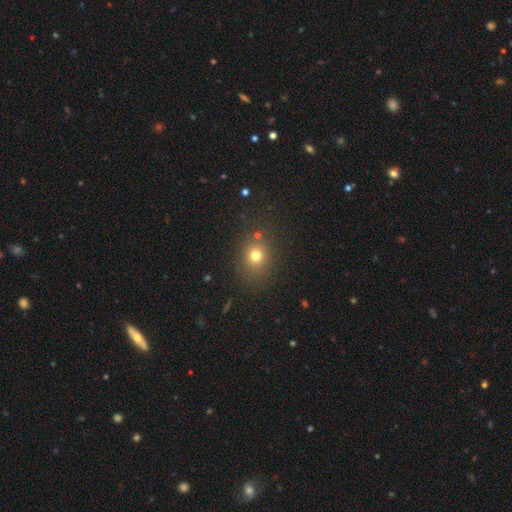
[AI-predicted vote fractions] This appears to be a smooth galaxy with no disk features (73%) that is round (68%). Merging: none (80%).